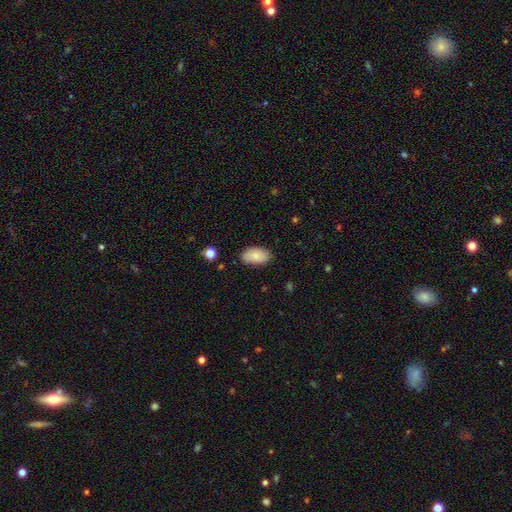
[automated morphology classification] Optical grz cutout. It shows a smooth galaxy with no disk features (85%) that is in between round and cigar-shaped (95%). Merging: none (84%).